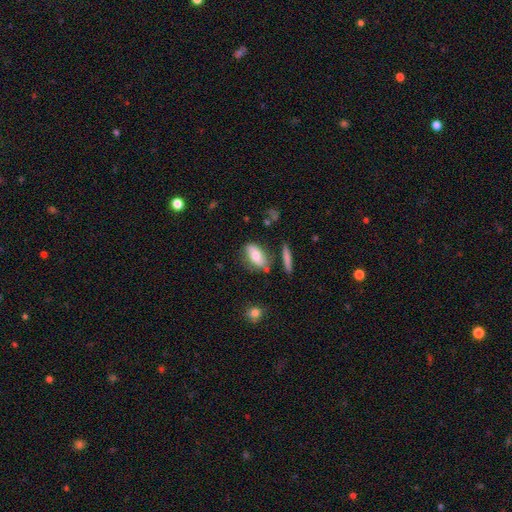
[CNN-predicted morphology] Smooth or featured?
  - smooth: 66% *
  - featured or disk: 27%
  - star or artifact: 7%
How rounded?
  - in between: 83% *
  - cigar-shaped: 12%
  - round: 5%
Merging?
  - none: 67% *
  - minor disturbance: 20%
  - merger: 7%
  - major disturbance: 6%